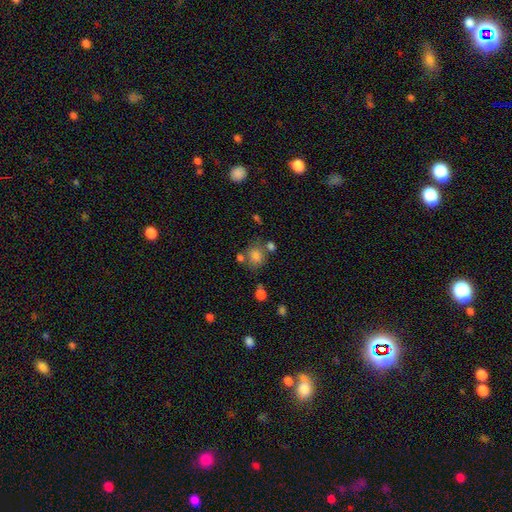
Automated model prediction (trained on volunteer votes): Q: Smooth or featured?
A: smooth (79%); runner-up: star or artifact (12%)
Q: How rounded?
A: round (64%); runner-up: in between (35%)
Q: Merging?
A: none (57%); runner-up: minor disturbance (17%)